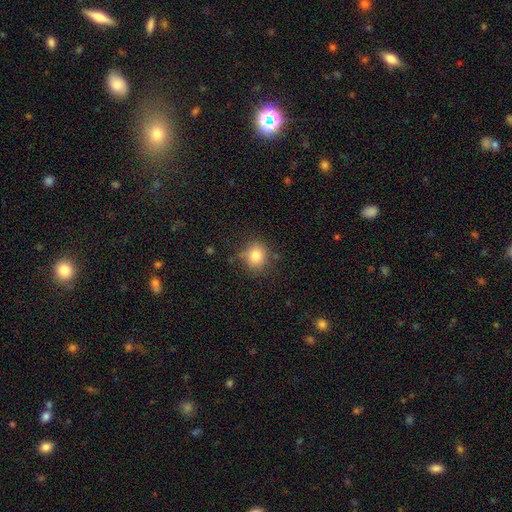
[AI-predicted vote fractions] smooth 82%, star or artifact 11%, featured or disk 7%. Down the decision tree: how rounded — round (82%); merging — none (78%).